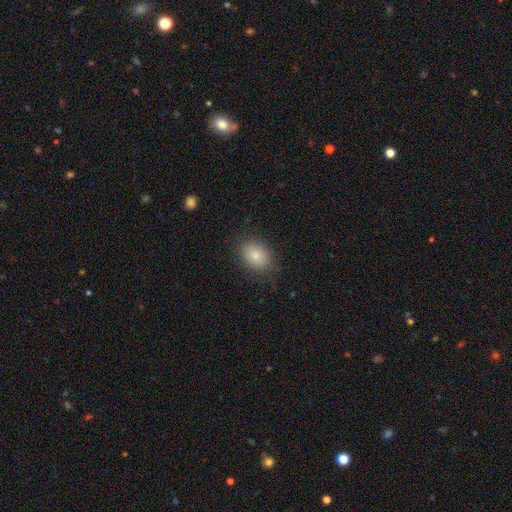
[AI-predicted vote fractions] Smooth or featured: smooth — 83% (star or artifact — 9%)
How rounded: in between — 70% (round — 29%)
Merging: none — 84% (minor disturbance — 12%)